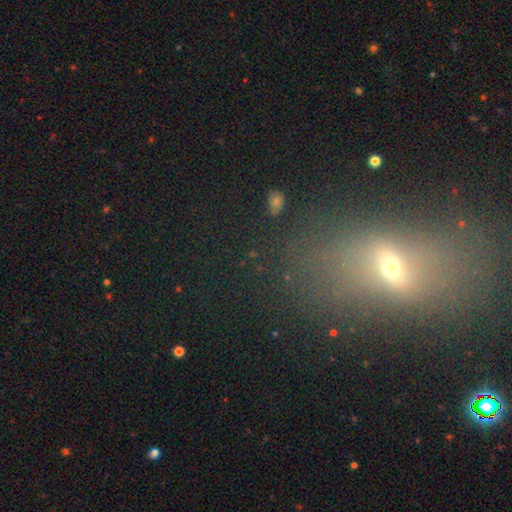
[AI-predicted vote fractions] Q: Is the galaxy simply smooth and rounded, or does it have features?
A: star or artifact — 40%.